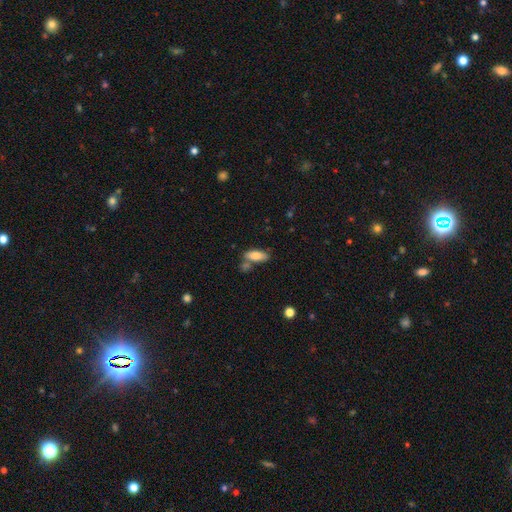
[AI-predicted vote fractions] Q: Smooth or featured?
A: smooth (81%); runner-up: featured or disk (12%)
Q: How rounded?
A: in between (77%); runner-up: cigar-shaped (21%)
Q: Merging?
A: none (62%); runner-up: merger (20%)